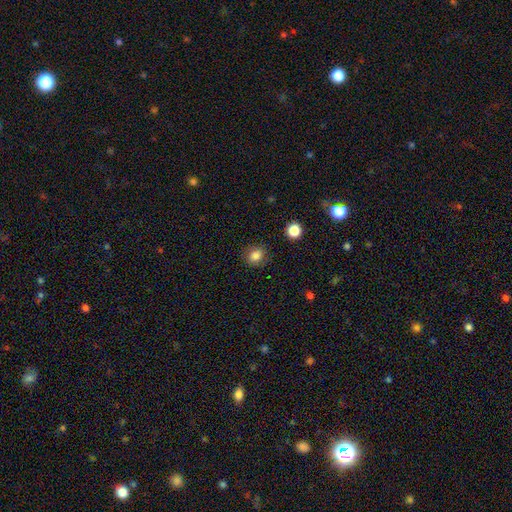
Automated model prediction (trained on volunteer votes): The model was most divided on "how rounded": round: 61%, in between: 38%, cigar-shaped: 1%. More confident: merging — none (85%); smooth or featured — smooth (84%).